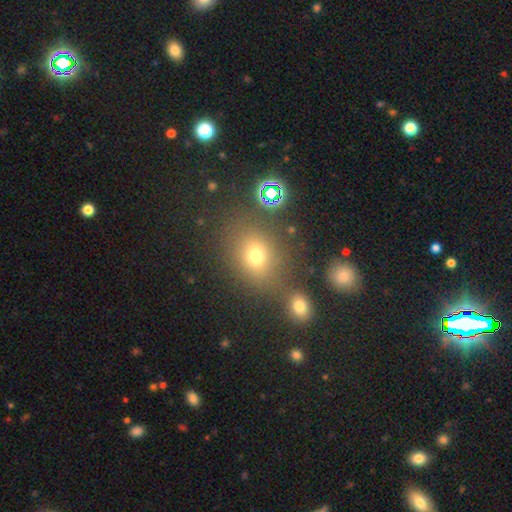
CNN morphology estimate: Overall: smooth (69%). How rounded: round (62%; in between 37%). Merging: none (70%).